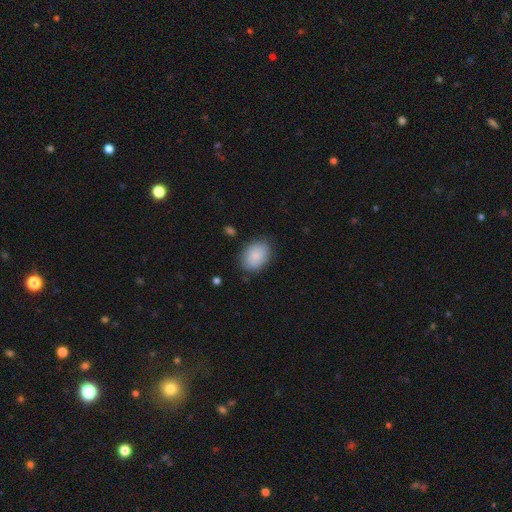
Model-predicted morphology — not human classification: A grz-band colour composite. It shows a smooth galaxy with no disk features (87%) that is in between round and cigar-shaped (77%). Merging: none (80%).